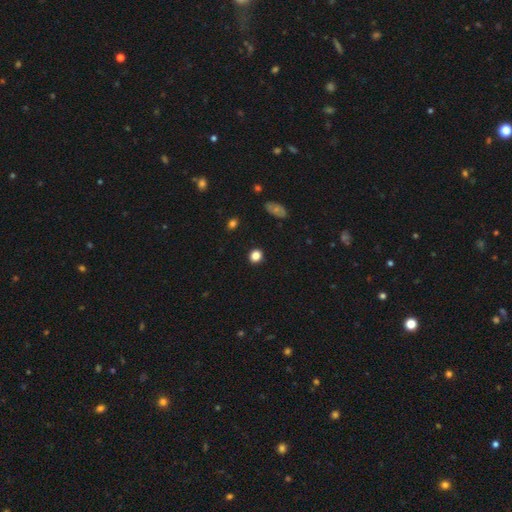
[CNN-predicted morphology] A smooth galaxy with no disk features (84%) that is round (82%).

Vote fractions:
- Smooth or featured? smooth: 84% / star or artifact: 11% / featured or disk: 4%
- How rounded? round: 82% / in between: 17% / cigar-shaped: 1%
- Merging? none: 90% / minor disturbance: 6% / major disturbance: 2% / merger: 1%